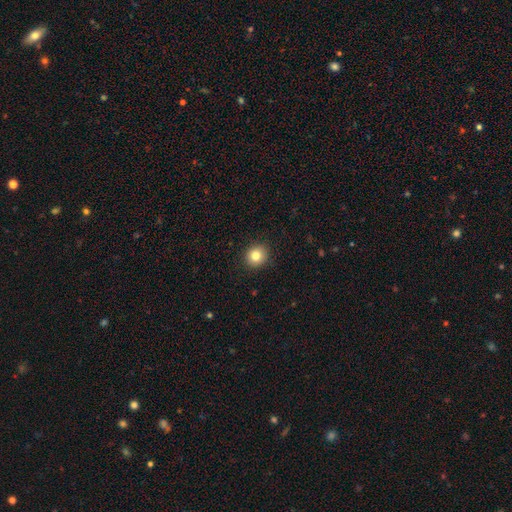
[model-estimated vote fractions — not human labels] This appears to be a smooth galaxy with no disk features (82%) that is round (86%). Merging: none (91%).